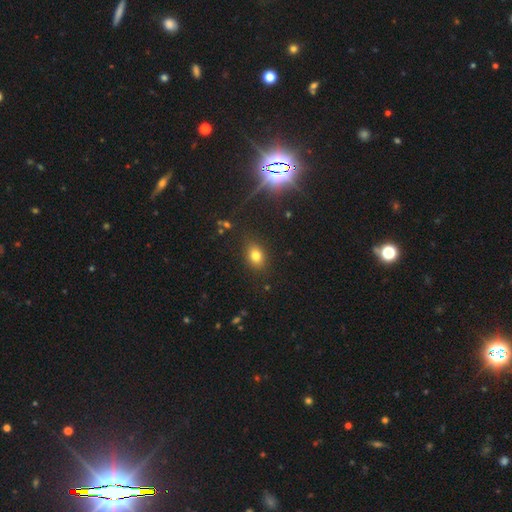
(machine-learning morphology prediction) This is likely a smooth galaxy (77%). How rounded: likely in between (71%). Merging: clearly none (83%).